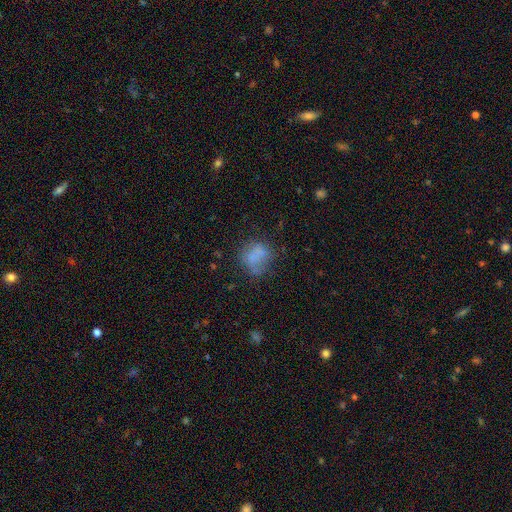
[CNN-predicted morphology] The model was most divided on "how rounded": round: 53%, in between: 45%, cigar-shaped: 2%. Remaining: smooth or featured — smooth (66%); merging — none (44%).